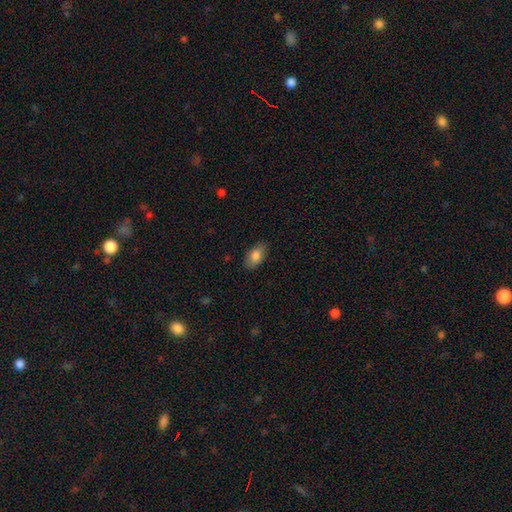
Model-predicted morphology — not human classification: smooth-or-featured: smooth: 82% | featured or disk: 11% | star or artifact: 7%
  how-rounded: in between: 91% | round: 6% | cigar-shaped: 3%
  merging: none: 84% | minor disturbance: 13% | major disturbance: 3% | merger: 1%